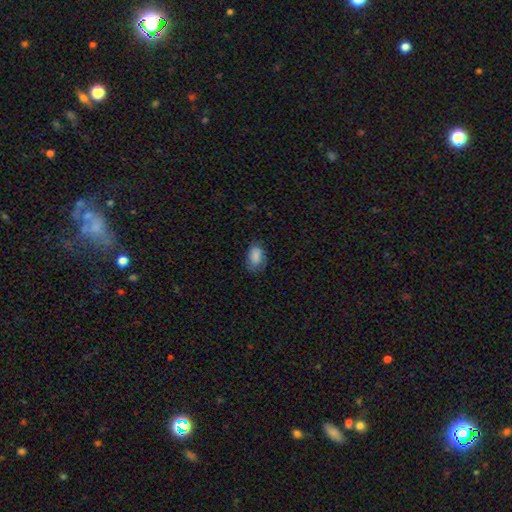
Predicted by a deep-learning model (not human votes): smooth-or-featured: smooth: 84% | featured or disk: 8% | star or artifact: 8%
  how-rounded: in between: 88% | round: 10% | cigar-shaped: 2%
  merging: none: 67% | minor disturbance: 24% | major disturbance: 8% | merger: 1%